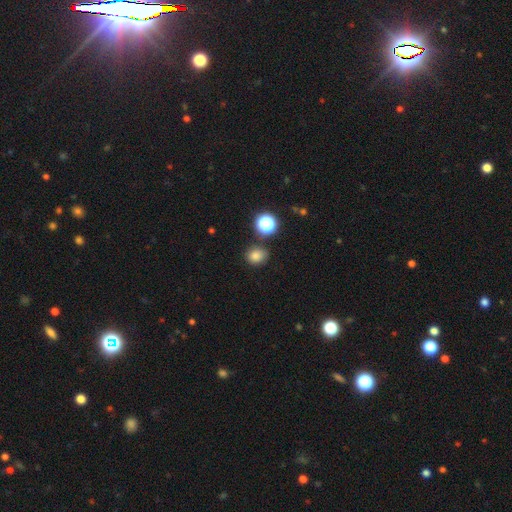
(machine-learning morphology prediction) A smooth galaxy with no disk features (78%) that is round (70%). Merging: none (78%).